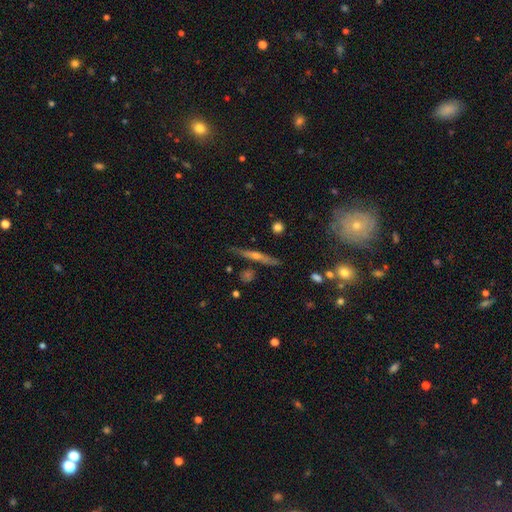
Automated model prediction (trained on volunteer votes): smooth_or_featured: featured or disk (p=0.67) [alt: smooth p=0.23]
disk_edge_on: yes (p=0.95) [alt: no p=0.05]
edge_on_bulge: rounded (p=0.76) [alt: none p=0.18]
merging: none (p=0.83) [alt: minor disturbance p=0.11]